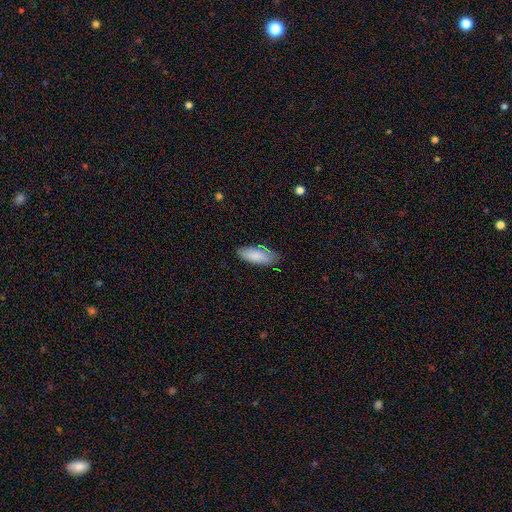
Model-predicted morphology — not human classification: smooth 84%, featured or disk 10%, star or artifact 6%. Down the decision tree: how rounded — in between (77%); merging — none (74%).